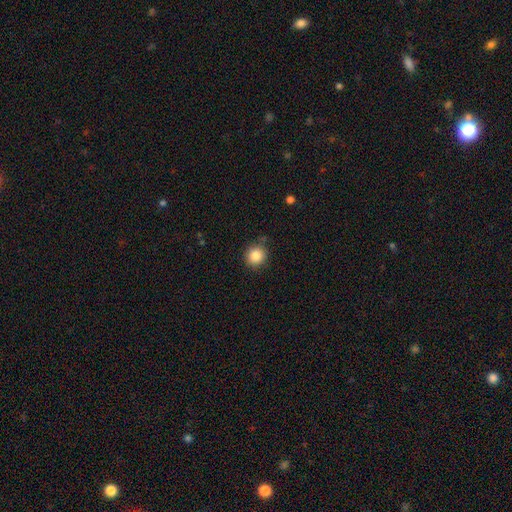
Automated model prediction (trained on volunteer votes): Morphology: type=smooth (85%); roundness=round (89%); merging=none (83%).